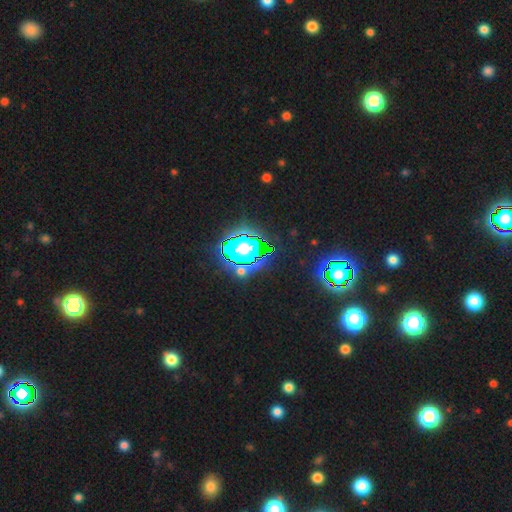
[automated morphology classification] Smooth or featured?
  - star or artifact: 81% *
  - smooth: 12%
  - featured or disk: 7%